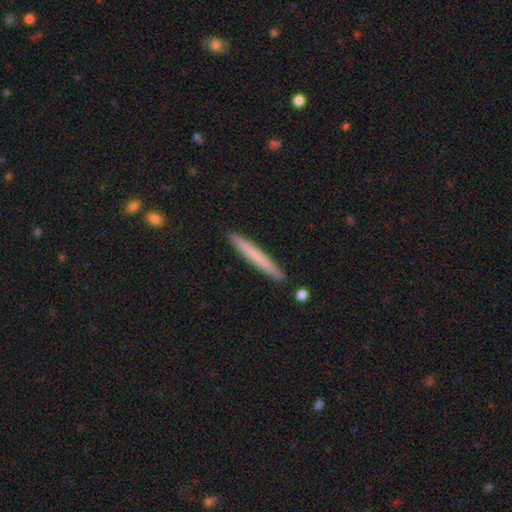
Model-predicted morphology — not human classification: Smooth or featured: smooth — 69% (featured or disk — 25%)
How rounded: cigar-shaped — 97% (in between — 2%)
Merging: none — 91% (minor disturbance — 6%)